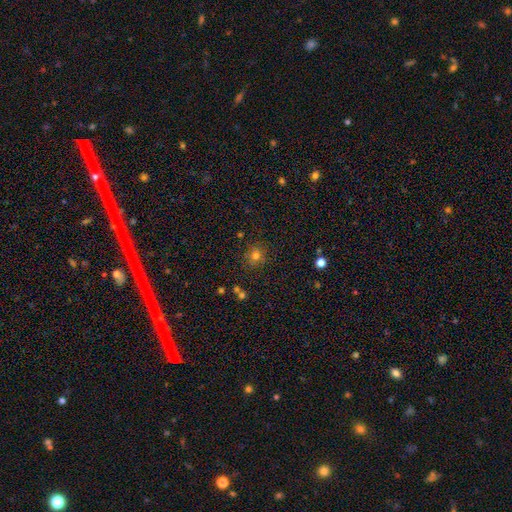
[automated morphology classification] Smooth or featured: smooth — 75% (star or artifact — 18%)
How rounded: round — 86% (in between — 13%)
Merging: none — 84% (minor disturbance — 10%)